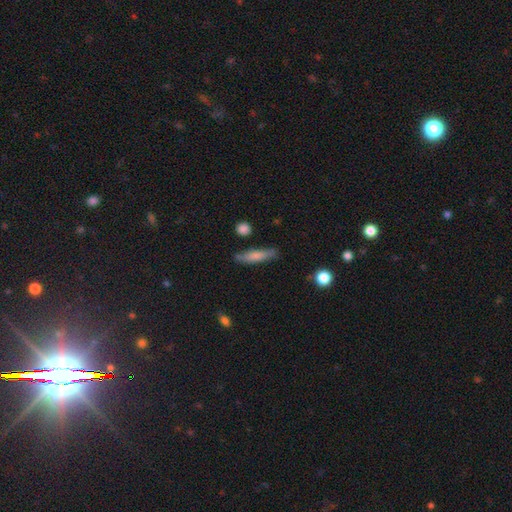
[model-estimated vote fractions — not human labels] Smooth or featured?
  - smooth: 70% *
  - featured or disk: 23%
  - star or artifact: 7%
How rounded?
  - cigar-shaped: 77% *
  - in between: 20%
  - round: 2%
Merging?
  - none: 78% *
  - minor disturbance: 16%
  - major disturbance: 3%
  - merger: 3%